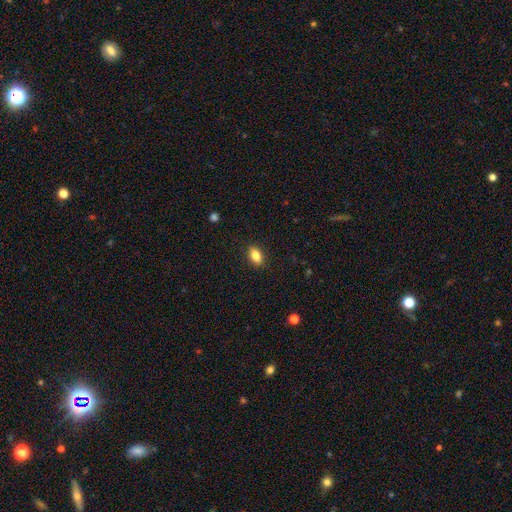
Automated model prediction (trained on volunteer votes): smooth_or_featured: smooth (p=0.83) [alt: featured or disk p=0.08]
how_rounded: in between (p=0.87) [alt: round p=0.08]
merging: none (p=0.89) [alt: minor disturbance p=0.08]